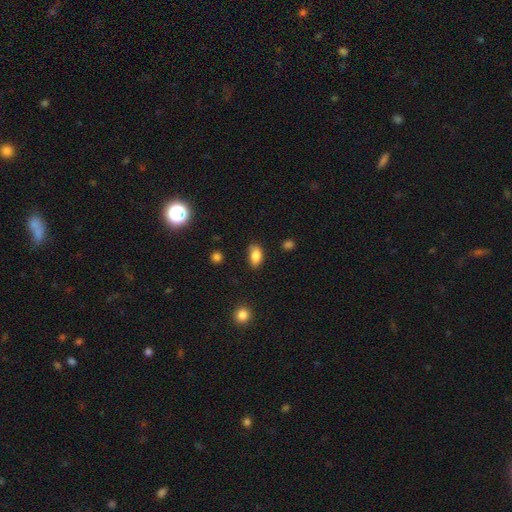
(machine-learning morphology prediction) smooth-or-featured: smooth: 84% | star or artifact: 9% | featured or disk: 7%
  how-rounded: in between: 89% | round: 7% | cigar-shaped: 5%
  merging: none: 79% | minor disturbance: 16% | major disturbance: 3% | merger: 2%